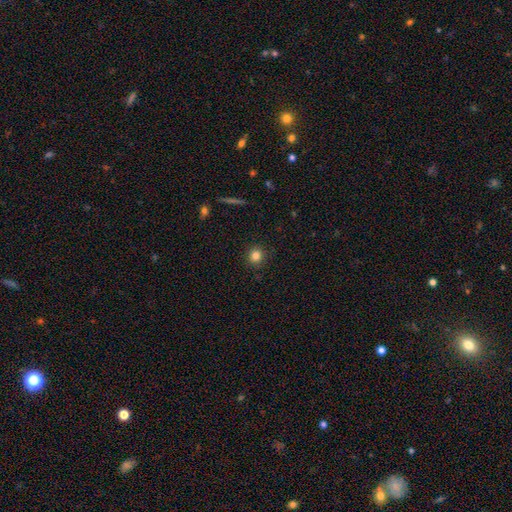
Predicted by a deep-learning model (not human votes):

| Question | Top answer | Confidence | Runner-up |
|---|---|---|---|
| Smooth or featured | smooth | 82% | star or artifact (12%) |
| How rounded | round | 90% | in between (9%) |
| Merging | none | 90% | minor disturbance (7%) |